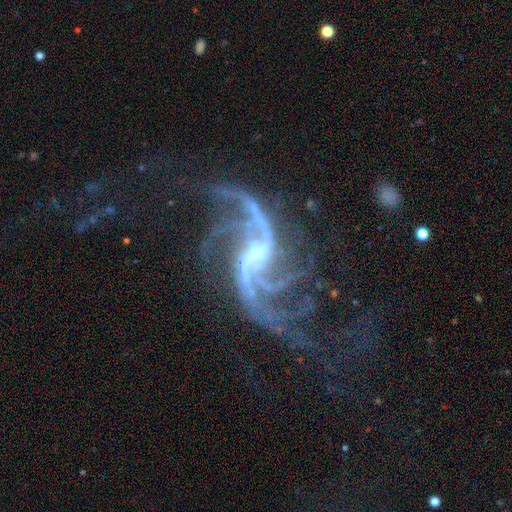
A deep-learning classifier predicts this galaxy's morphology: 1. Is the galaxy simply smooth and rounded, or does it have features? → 90% featured or disk, 7% star or artifact, 2% smooth.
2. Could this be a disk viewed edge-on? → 98% no, 2% yes.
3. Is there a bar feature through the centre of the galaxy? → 43% weak, 33% no, 25% strong.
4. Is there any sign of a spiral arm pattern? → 98% yes, 2% no.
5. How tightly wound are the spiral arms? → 70% loose, 24% medium, 6% tight.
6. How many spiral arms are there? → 34% 2, 22% 3, 14% 4, 11% can't tell, 10% more than 4, 9% 1.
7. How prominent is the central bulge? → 55% small, 22% moderate, 19% none, 4% large, 2% dominant.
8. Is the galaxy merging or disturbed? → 46% none, 34% major disturbance, 15% minor disturbance, 5% merger.